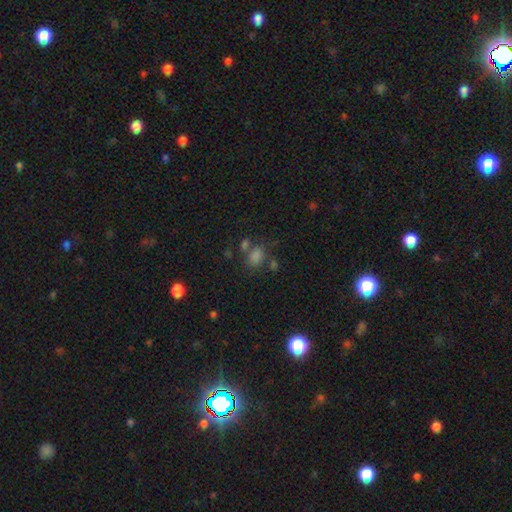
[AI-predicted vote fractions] smooth_or_featured: smooth (p=0.66) [alt: star or artifact p=0.26]
how_rounded: in between (p=0.57) [alt: round p=0.41]
merging: none (p=0.60) [alt: merger p=0.18]